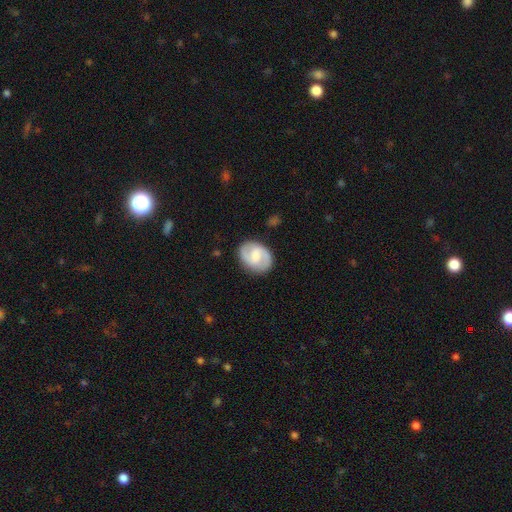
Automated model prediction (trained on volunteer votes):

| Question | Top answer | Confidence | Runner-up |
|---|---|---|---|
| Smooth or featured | featured or disk | 73% | smooth (22%) |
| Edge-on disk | no | 98% | yes (2%) |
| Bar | weak | 56% | strong (24%) |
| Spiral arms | yes | 91% | no (9%) |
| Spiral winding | medium | 51% | tight (25%) |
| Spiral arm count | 2 | 90% | can't tell (5%) |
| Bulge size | moderate | 43% | small (33%) |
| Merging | none | 84% | minor disturbance (11%) |